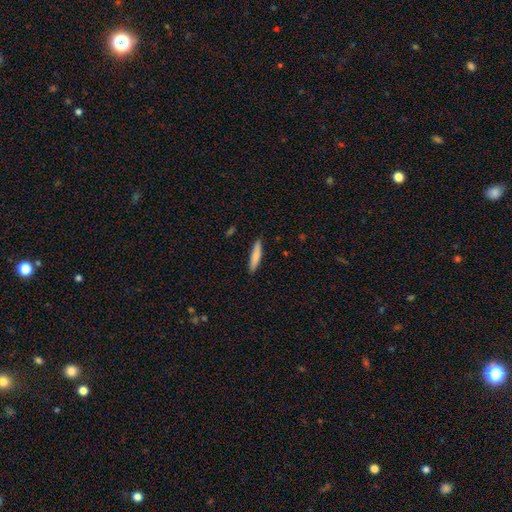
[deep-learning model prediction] The model was most divided on "smooth or featured": smooth: 79%, featured or disk: 16%, star or artifact: 5%. More confident: merging — none (90%); how rounded — cigar-shaped (89%).